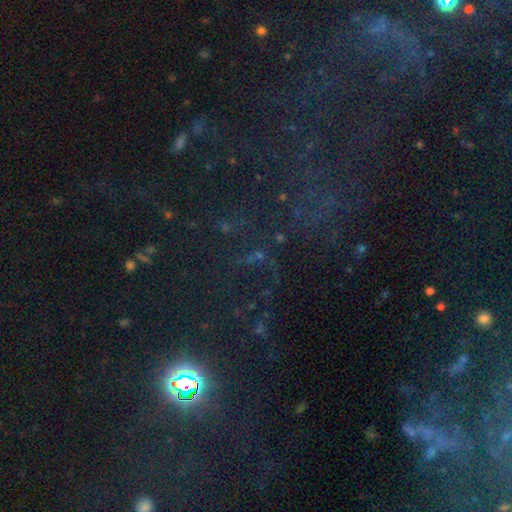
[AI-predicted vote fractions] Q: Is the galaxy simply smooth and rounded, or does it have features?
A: star or artifact — 74%.